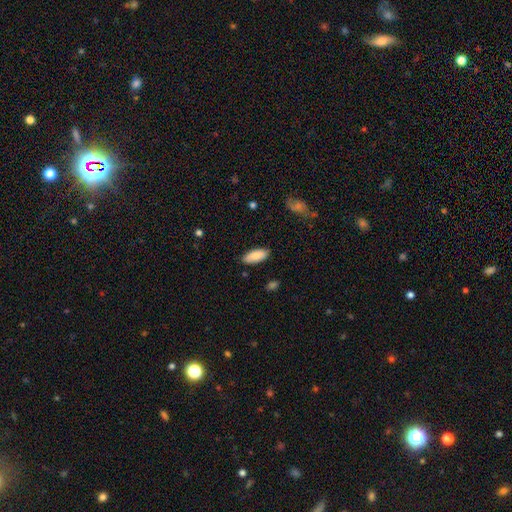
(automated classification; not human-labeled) Morphology: type=smooth (85%); roundness=in between (86%); merging=none (85%).